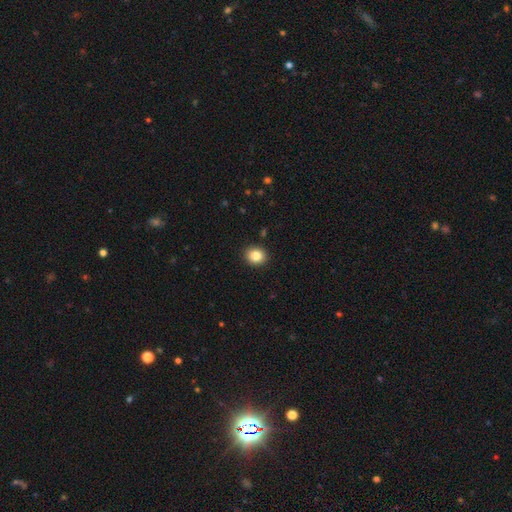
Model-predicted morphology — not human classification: This is clearly a smooth galaxy (84%). How rounded: likely round (76%). Merging: clearly none (92%).